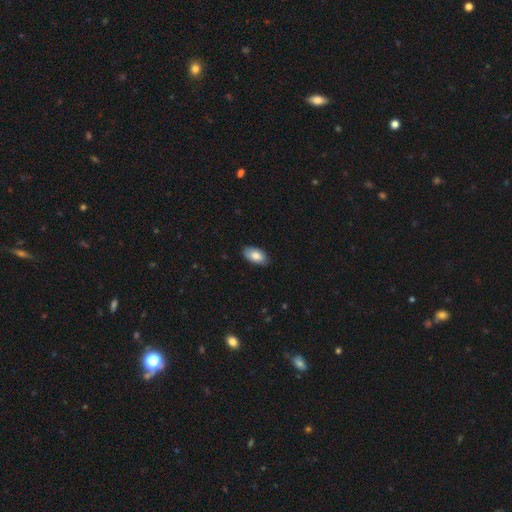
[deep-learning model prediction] Smooth or featured? smooth (82%)
How rounded? in between (94%)
Merging? none (84%)